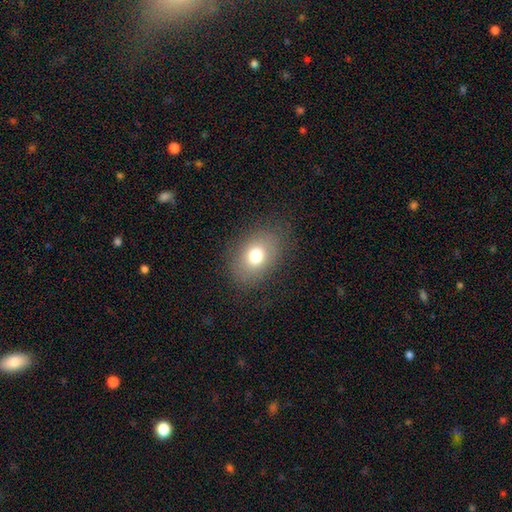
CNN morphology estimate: smooth 75%, featured or disk 14%, star or artifact 12%. Down the decision tree: how rounded — in between (70%); merging — none (80%).